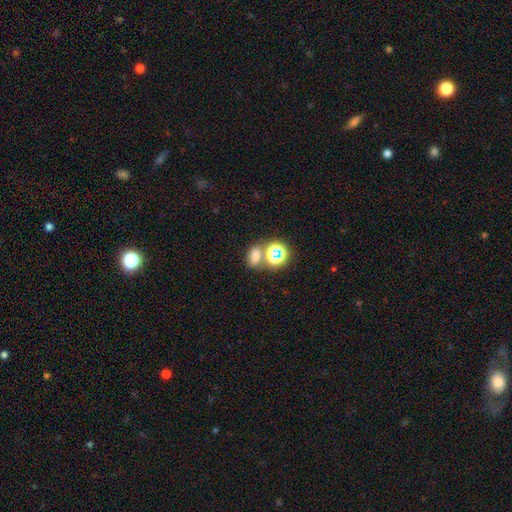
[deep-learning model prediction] Smooth or featured: smooth — 65% (star or artifact — 26%)
How rounded: in between — 67% (round — 31%)
Merging: none — 53% (merger — 30%)